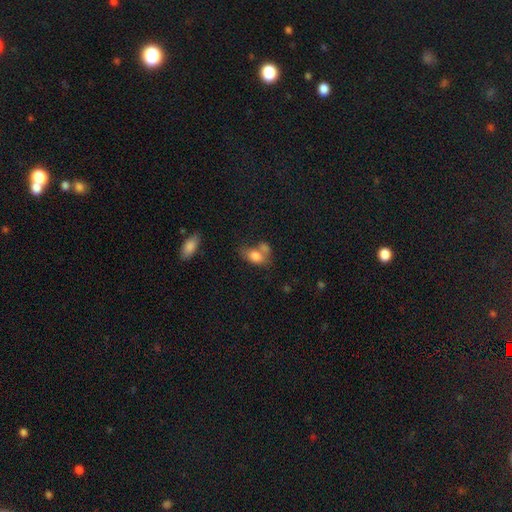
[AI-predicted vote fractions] Smooth or featured?
  - smooth: 79% *
  - featured or disk: 12%
  - star or artifact: 9%
How rounded?
  - in between: 85% *
  - round: 13%
  - cigar-shaped: 2%
Merging?
  - merger: 41% *
  - none: 33%
  - minor disturbance: 16%
  - major disturbance: 9%